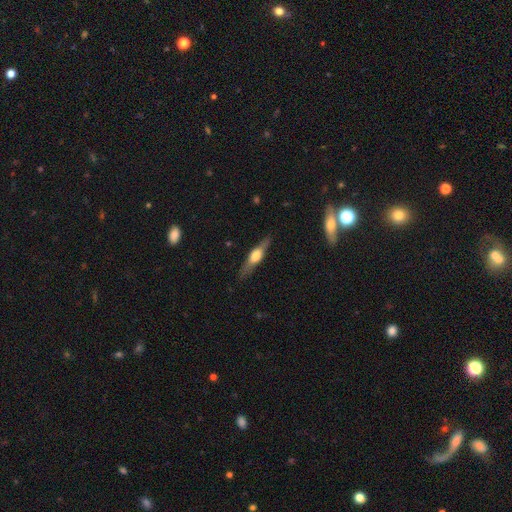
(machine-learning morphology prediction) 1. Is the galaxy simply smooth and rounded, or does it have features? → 60% featured or disk, 34% smooth, 6% star or artifact.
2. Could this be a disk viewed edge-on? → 94% yes, 6% no.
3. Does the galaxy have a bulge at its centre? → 90% rounded, 7% boxy, 3% none.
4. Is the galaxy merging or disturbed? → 86% none, 11% minor disturbance, 2% major disturbance, 1% merger.